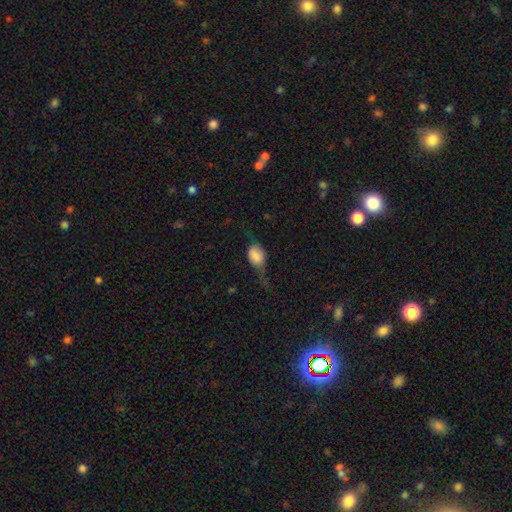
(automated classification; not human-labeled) Smooth or featured? smooth (72%)
How rounded? in between (77%)
Merging? major disturbance (41%)